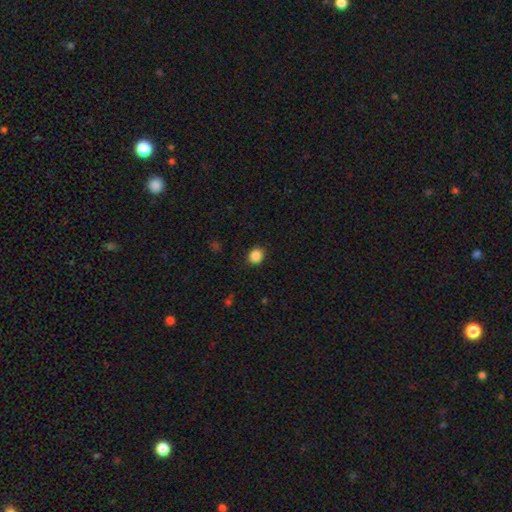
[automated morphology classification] Smooth or featured: smooth — 87% (star or artifact — 10%)
How rounded: round — 75% (in between — 24%)
Merging: none — 90% (minor disturbance — 7%)